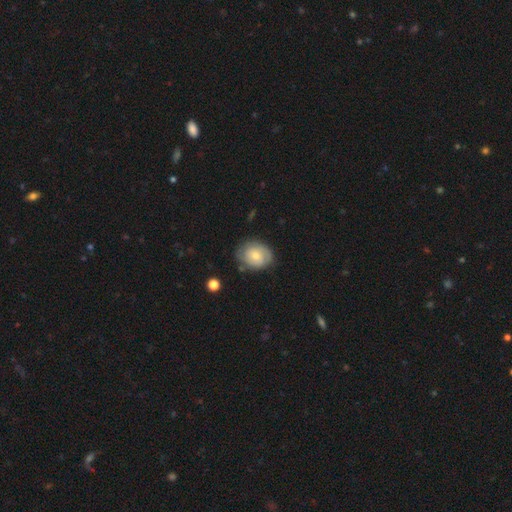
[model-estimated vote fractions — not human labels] Smooth or featured? Predicted: featured or disk (p=0.47, tied with smooth). Merging? Predicted: none (p=0.71).